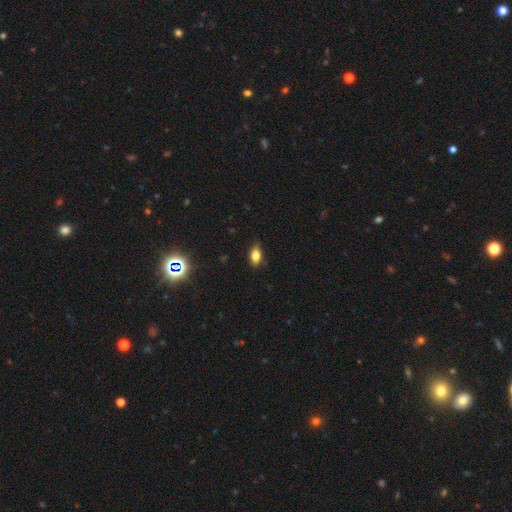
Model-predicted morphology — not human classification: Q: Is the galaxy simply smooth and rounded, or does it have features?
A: smooth — 80%.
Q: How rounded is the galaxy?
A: in between — 85%.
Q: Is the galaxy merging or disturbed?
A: none — 83%.